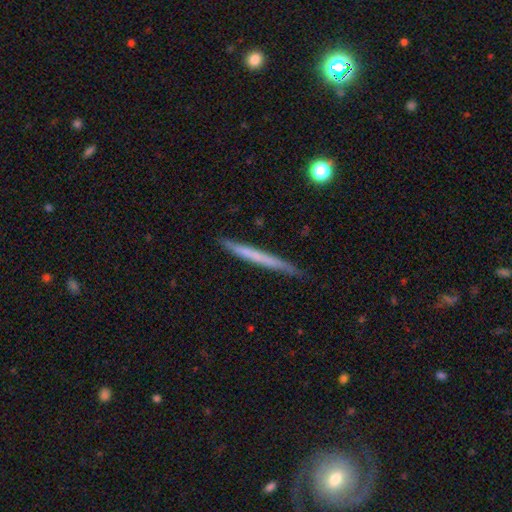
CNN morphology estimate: smooth_or_featured: smooth (p=0.53) [alt: featured or disk p=0.41]
how_rounded: cigar-shaped (p=0.97) [alt: in between p=0.02]
merging: none (p=0.87) [alt: minor disturbance p=0.10]